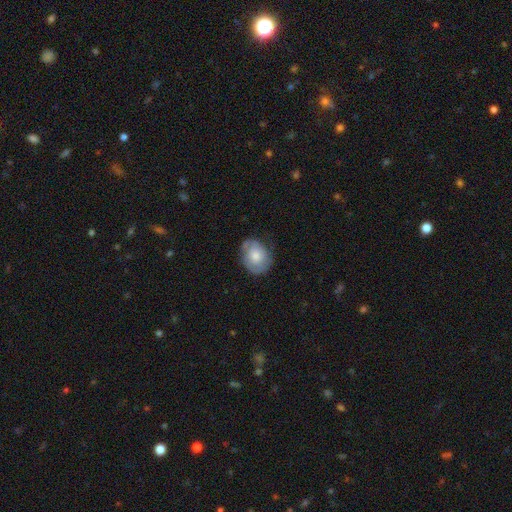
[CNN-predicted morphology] Smooth or featured? Predicted: featured or disk (p=0.50). Merging? Predicted: none (p=0.68).